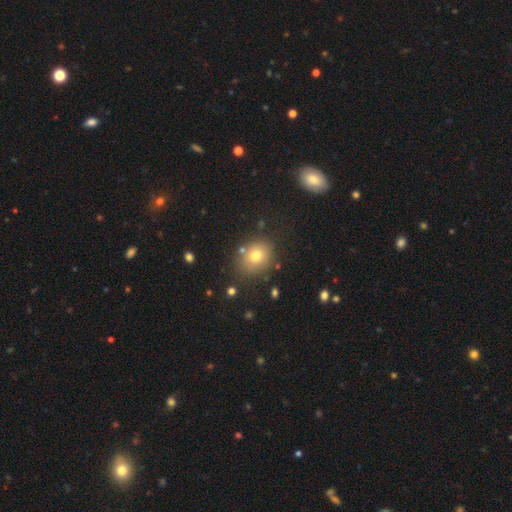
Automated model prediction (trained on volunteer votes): The model was most divided on "how rounded": round: 66%, in between: 33%, cigar-shaped: 1%. More confident: merging — none (80%); smooth or featured — smooth (75%).